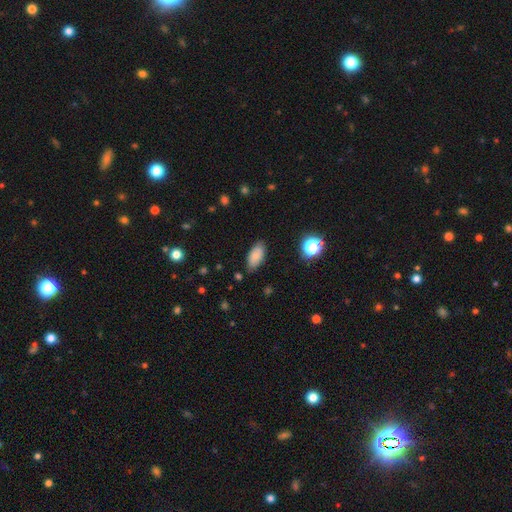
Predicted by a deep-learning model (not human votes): This is likely a smooth galaxy (79%). How rounded: clearly in between (91%). Merging: clearly none (82%).